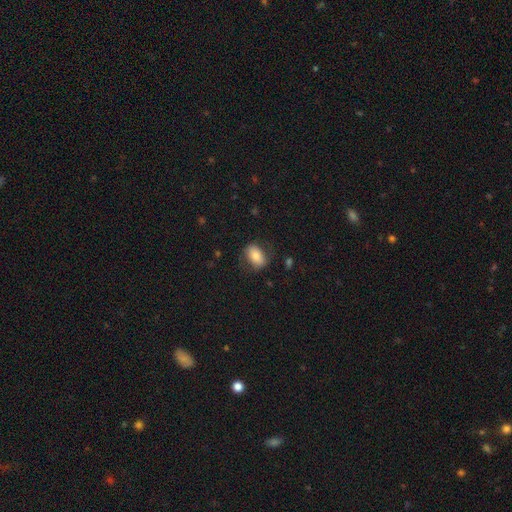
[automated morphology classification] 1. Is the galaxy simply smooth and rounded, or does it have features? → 74% smooth, 19% featured or disk, 7% star or artifact.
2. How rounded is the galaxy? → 86% in between, 12% round, 2% cigar-shaped.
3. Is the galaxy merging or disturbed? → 69% none, 19% minor disturbance, 10% major disturbance, 1% merger.